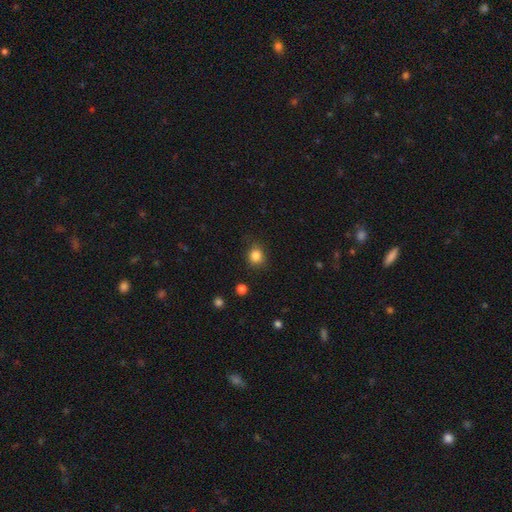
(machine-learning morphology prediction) The model was most divided on "how rounded": round: 79%, in between: 21%, cigar-shaped: 1%. More confident: smooth or featured — smooth (84%); merging — none (81%).